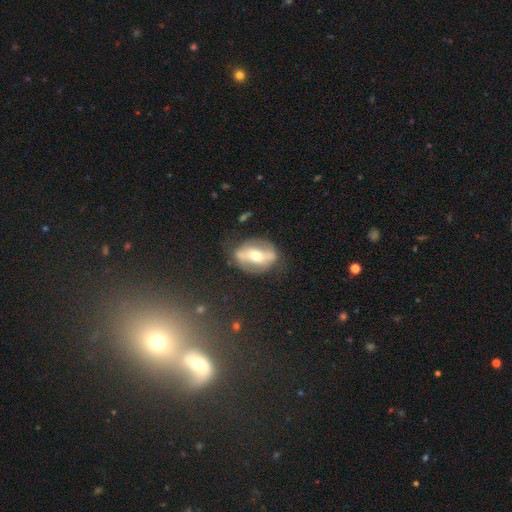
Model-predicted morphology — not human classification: Smooth or featured?
  - featured or disk: 67% *
  - smooth: 27%
  - star or artifact: 6%
Edge-on disk?
  - no: 76% *
  - yes: 24%
Bar?
  - strong: 66% *
  - weak: 18%
  - no: 16%
Spiral arms?
  - no: 63% *
  - yes: 37%
Bulge size?
  - moderate: 66% *
  - small: 21%
  - large: 10%
  - dominant: 2%
  - none: 1%
Merging?
  - none: 74% *
  - minor disturbance: 16%
  - major disturbance: 7%
  - merger: 2%